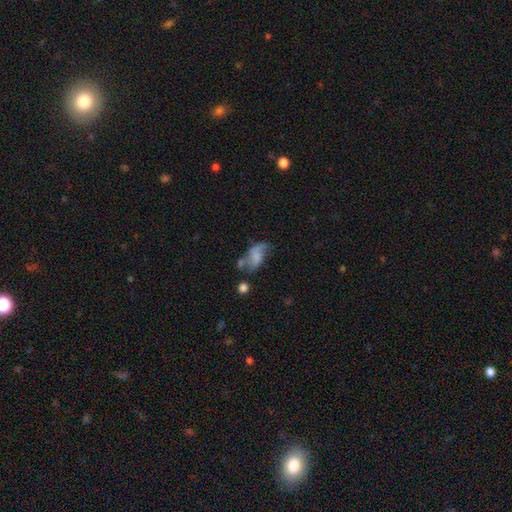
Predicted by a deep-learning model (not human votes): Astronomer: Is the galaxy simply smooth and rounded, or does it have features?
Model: smooth — 52% (runner-up: featured or disk, 38%).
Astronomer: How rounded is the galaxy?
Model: in between — 89%.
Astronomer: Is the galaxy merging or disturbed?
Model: none — 31% (runner-up: major disturbance, 27%).